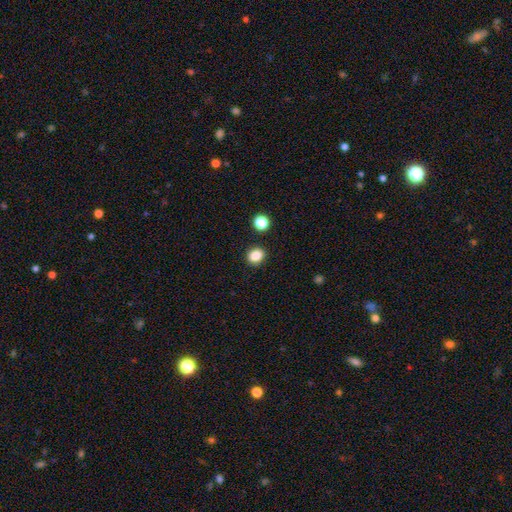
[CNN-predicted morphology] smooth-or-featured: smooth: 85% | star or artifact: 11% | featured or disk: 4%
  how-rounded: round: 67% | in between: 32% | cigar-shaped: 1%
  merging: none: 88% | minor disturbance: 7% | merger: 3% | major disturbance: 2%